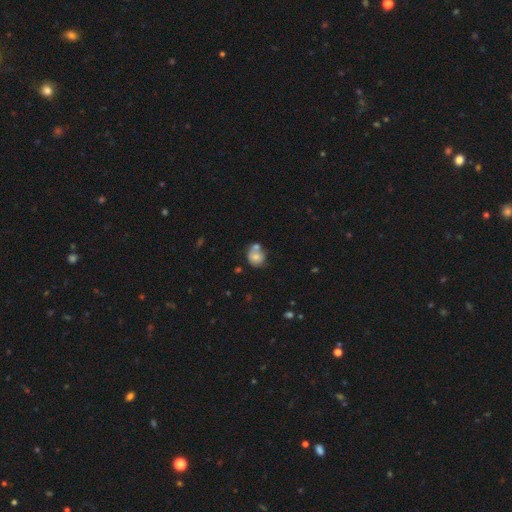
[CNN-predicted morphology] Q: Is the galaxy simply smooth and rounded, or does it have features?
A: smooth — 71%.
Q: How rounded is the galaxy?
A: round — 75%.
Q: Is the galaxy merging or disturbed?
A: none — 42%.